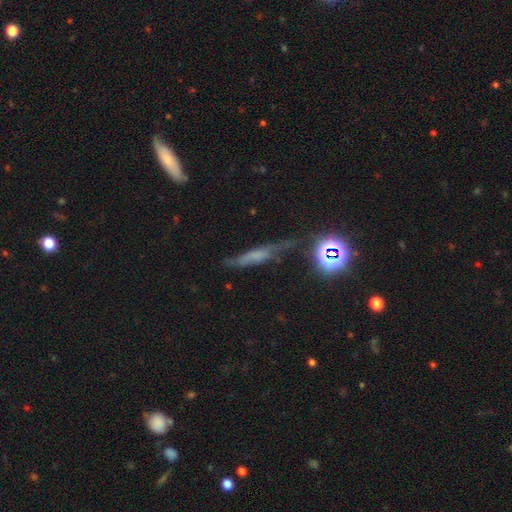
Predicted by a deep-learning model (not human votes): smooth-or-featured: smooth: 41% | featured or disk: 38% | star or artifact: 21%
  merging: none: 53% | minor disturbance: 26% | major disturbance: 14% | merger: 6%